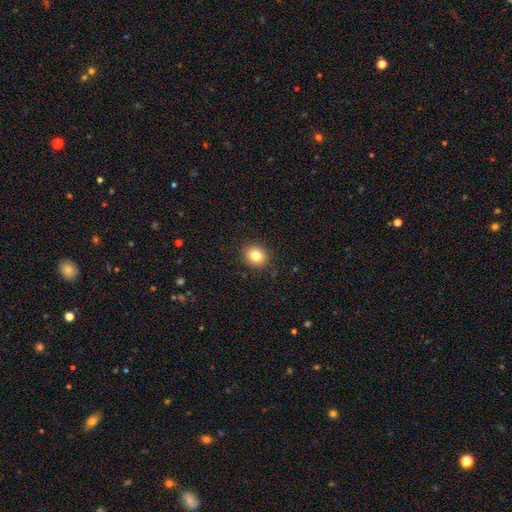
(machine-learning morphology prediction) This appears to be a smooth galaxy with no disk features (82%) that is round (73%). Merging: none (90%).